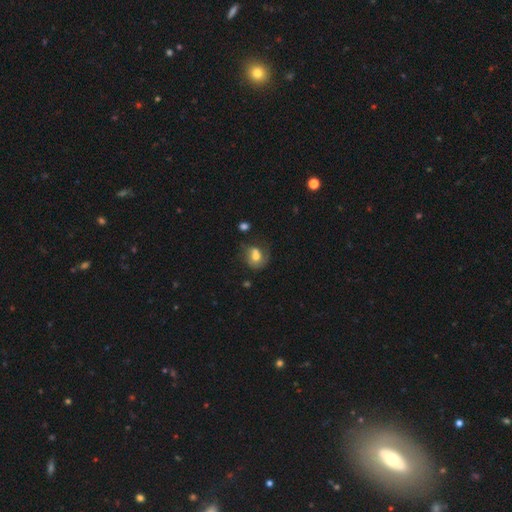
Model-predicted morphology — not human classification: smooth 58%, featured or disk 32%, star or artifact 10%. Down the decision tree: how rounded — round (63%); merging — none (36%).